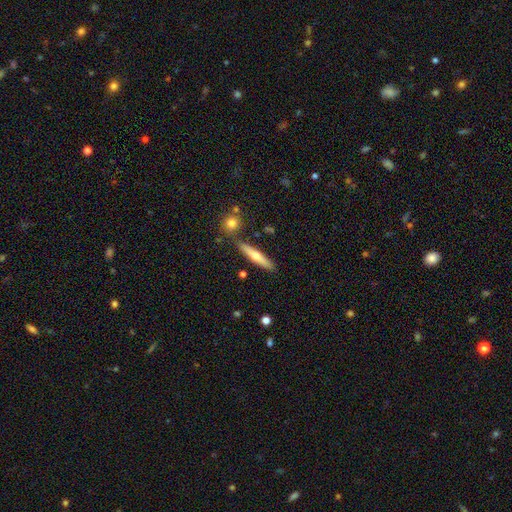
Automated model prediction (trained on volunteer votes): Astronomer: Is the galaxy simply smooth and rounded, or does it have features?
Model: featured or disk — 50% (runner-up: smooth, 44%).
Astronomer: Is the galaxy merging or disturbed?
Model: none — 85%.